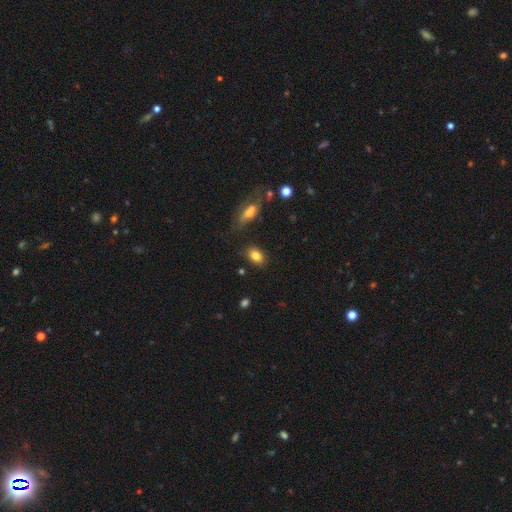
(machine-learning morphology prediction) smooth_or_featured: smooth (p=0.84) [alt: star or artifact p=0.09]
how_rounded: in between (p=0.80) [alt: round p=0.18]
merging: none (p=0.81) [alt: minor disturbance p=0.12]